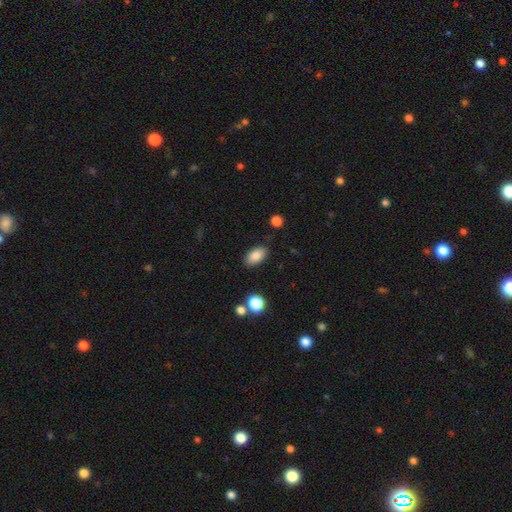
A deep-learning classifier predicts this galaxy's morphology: Smooth or featured?
  - smooth: 86% *
  - star or artifact: 8%
  - featured or disk: 6%
How rounded?
  - in between: 92% *
  - round: 5%
  - cigar-shaped: 3%
Merging?
  - none: 85% *
  - minor disturbance: 10%
  - major disturbance: 3%
  - merger: 2%